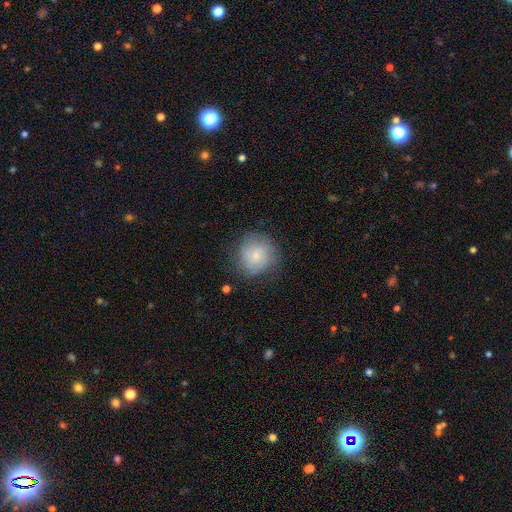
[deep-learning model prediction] smooth-or-featured: smooth: 67% | featured or disk: 25% | star or artifact: 9%
  how-rounded: round: 92% | in between: 7% | cigar-shaped: 1%
  merging: none: 74% | minor disturbance: 18% | major disturbance: 7% | merger: 1%